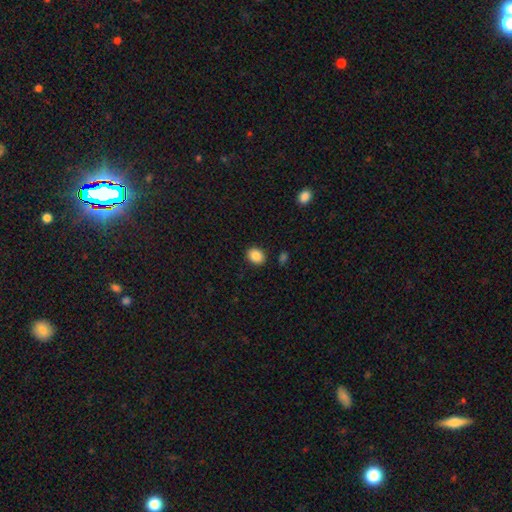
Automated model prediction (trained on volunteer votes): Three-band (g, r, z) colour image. It shows a smooth galaxy with no disk features (87%) that is in between round and cigar-shaped (54%). Merging: none (88%).